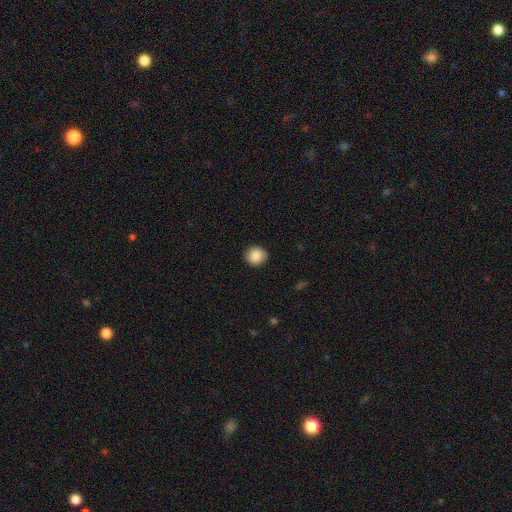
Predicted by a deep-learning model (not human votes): A smooth galaxy with no disk features (88%) that is round (89%). Merging: none (91%).